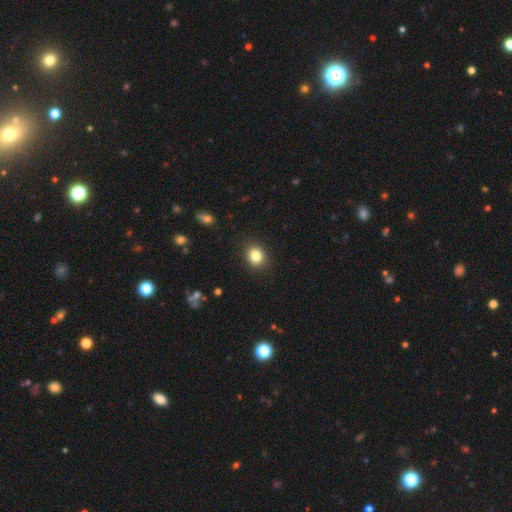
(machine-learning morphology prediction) Q: Smooth or featured?
A: smooth (84%); runner-up: star or artifact (11%)
Q: How rounded?
A: round (65%); runner-up: in between (34%)
Q: Merging?
A: none (89%); runner-up: minor disturbance (8%)